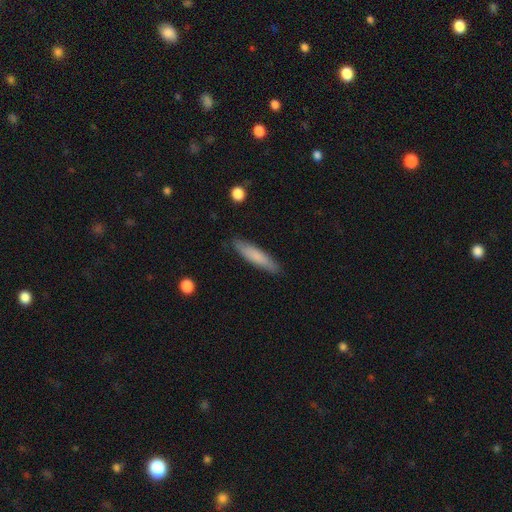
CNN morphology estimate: smooth_or_featured: smooth (p=0.77) [alt: featured or disk p=0.18]
how_rounded: cigar-shaped (p=0.83) [alt: in between p=0.15]
merging: none (p=0.87) [alt: minor disturbance p=0.10]